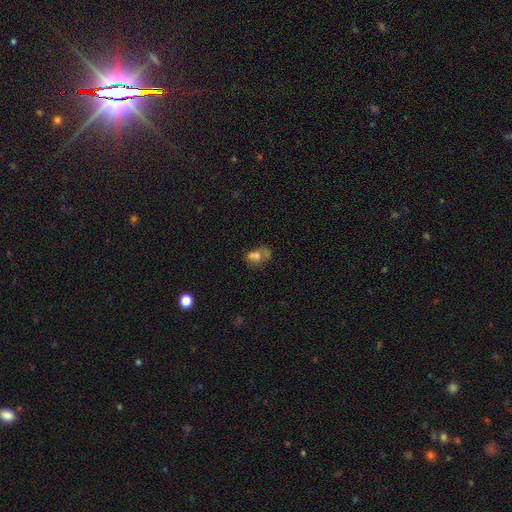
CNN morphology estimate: Overall: smooth (57%; featured or disk 27%). How rounded: in between (66%; round 32%). Merging: merger (40%; none 28%).